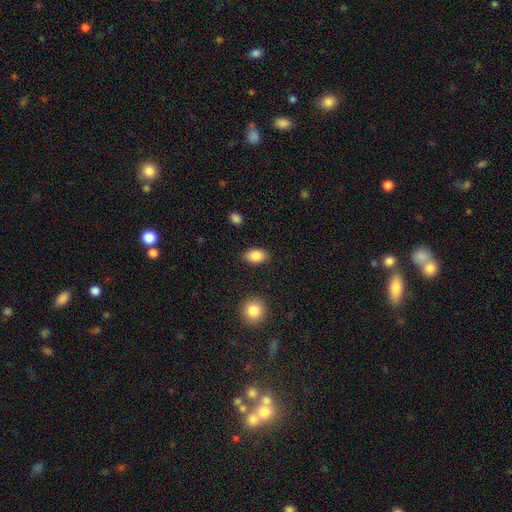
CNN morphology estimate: This is clearly a smooth galaxy (87%). How rounded: clearly in between (89%). Merging: clearly none (87%).